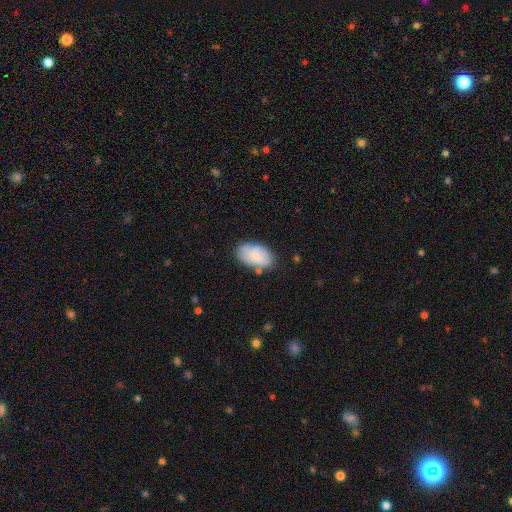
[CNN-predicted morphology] A smooth galaxy with no disk features (70%) that is in between round and cigar-shaped (93%). Merging: none (75%).